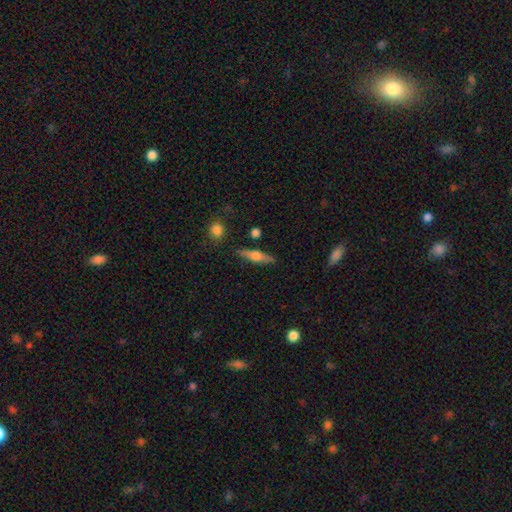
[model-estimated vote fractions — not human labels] smooth 53%, featured or disk 40%, star or artifact 7%. Down the decision tree: how rounded — cigar-shaped (68%); merging — none (83%).